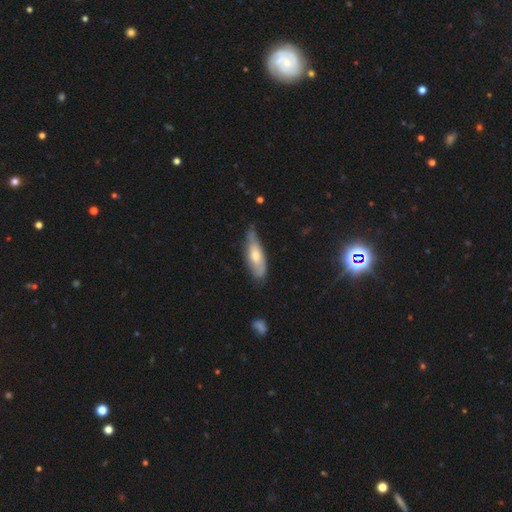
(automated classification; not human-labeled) Q: Smooth or featured?
A: smooth (59%); runner-up: featured or disk (35%)
Q: How rounded?
A: in between (53%); runner-up: cigar-shaped (45%)
Q: Merging?
A: none (56%); runner-up: minor disturbance (34%)